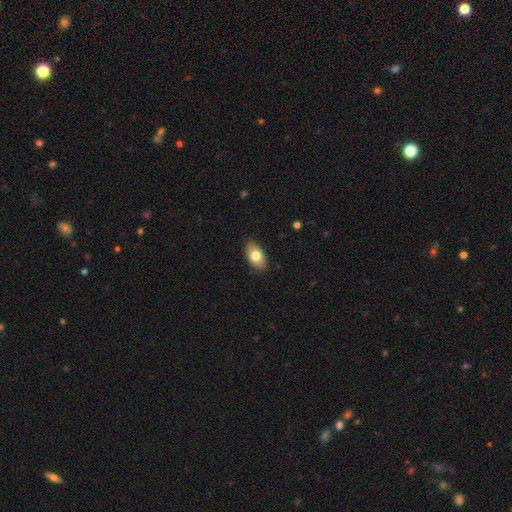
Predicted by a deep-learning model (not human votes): Smooth or featured: smooth — 76% (featured or disk — 17%)
How rounded: in between — 92% (round — 6%)
Merging: none — 87% (minor disturbance — 10%)